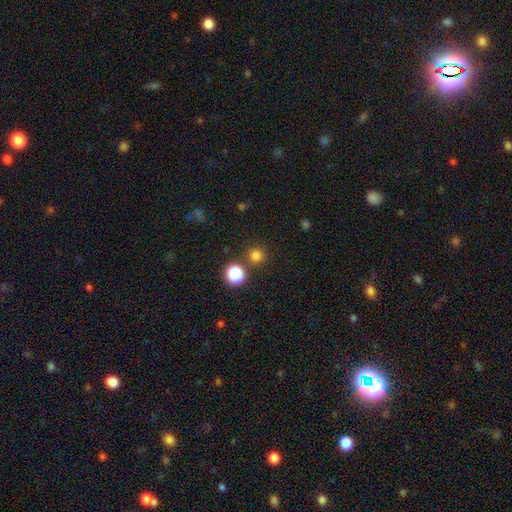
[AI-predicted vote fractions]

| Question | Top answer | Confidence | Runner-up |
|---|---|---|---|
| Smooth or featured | smooth | 77% | star or artifact (18%) |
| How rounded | round | 94% | in between (5%) |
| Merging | none | 86% | minor disturbance (6%) |